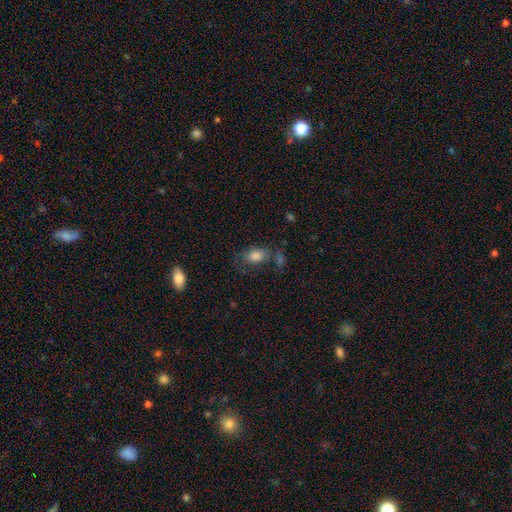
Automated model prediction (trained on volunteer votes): smooth-or-featured: smooth: 78% | featured or disk: 12% | star or artifact: 10%
  how-rounded: in between: 85% | round: 13% | cigar-shaped: 2%
  merging: none: 50% | minor disturbance: 22% | major disturbance: 16% | merger: 12%